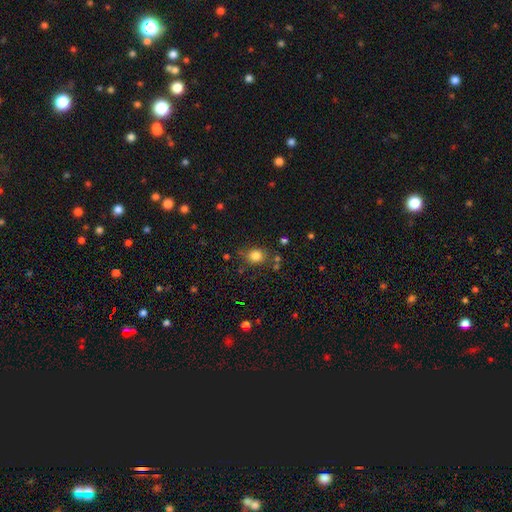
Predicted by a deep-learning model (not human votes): smooth-or-featured: smooth: 81% | star or artifact: 13% | featured or disk: 6%
  how-rounded: round: 69% | in between: 30% | cigar-shaped: 1%
  merging: none: 76% | minor disturbance: 14% | merger: 6% | major disturbance: 5%